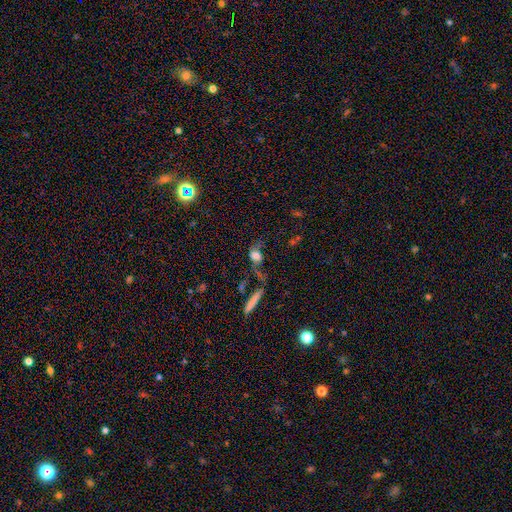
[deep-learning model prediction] Smooth or featured: smooth — 61% (featured or disk — 26%)
How rounded: in between — 66% (round — 25%)
Merging: none — 36% (major disturbance — 30%)